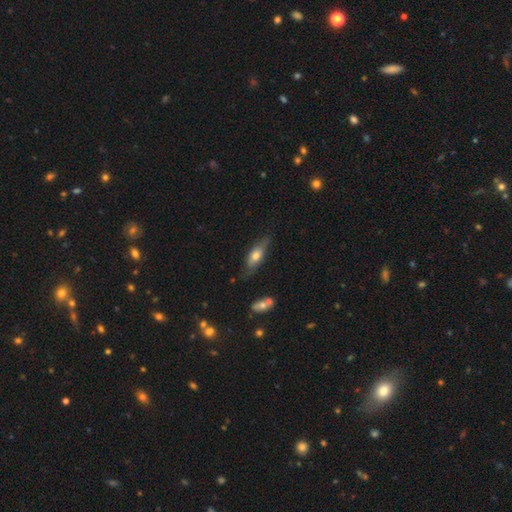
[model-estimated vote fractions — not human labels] Smooth or featured?
  - smooth: 57% *
  - featured or disk: 36%
  - star or artifact: 7%
How rounded?
  - in between: 62% *
  - cigar-shaped: 35%
  - round: 3%
Merging?
  - none: 67% *
  - minor disturbance: 25%
  - major disturbance: 6%
  - merger: 3%